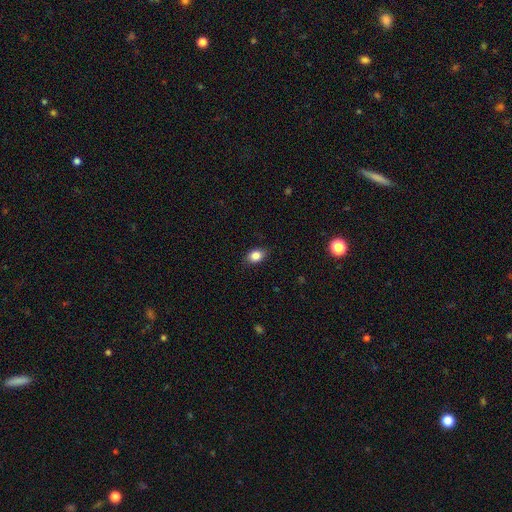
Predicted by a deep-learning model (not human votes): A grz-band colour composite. It shows a smooth galaxy with no disk features (85%) that is in between round and cigar-shaped (71%). Merging: none (83%).